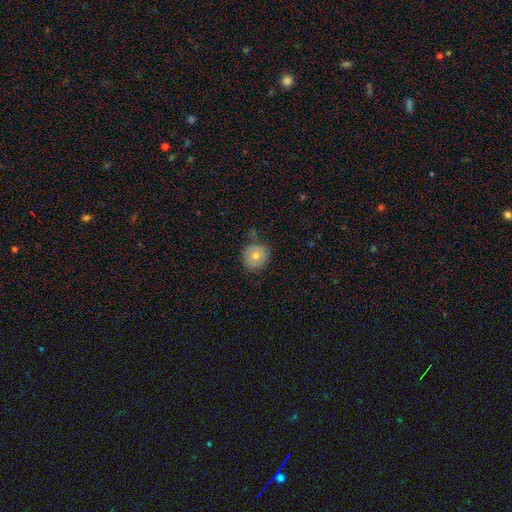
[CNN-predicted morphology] The model was most divided on "smooth or featured": smooth: 69%, featured or disk: 21%, star or artifact: 10%. More confident: how rounded — round (91%); merging — none (79%).